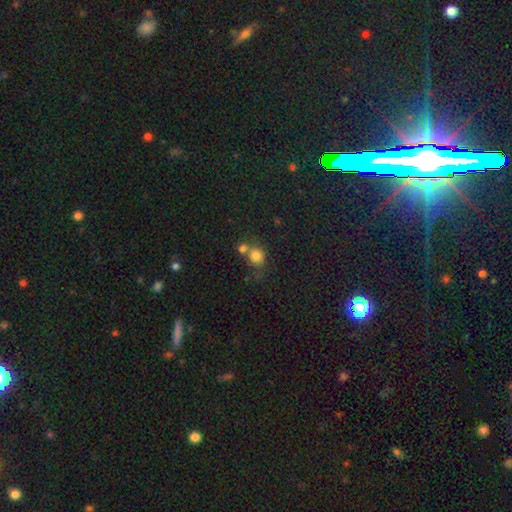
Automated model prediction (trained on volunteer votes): The model was most divided on "merging": none: 48%, merger: 38%, minor disturbance: 10%, major disturbance: 5%. More confident: how rounded — round (83%); smooth or featured — smooth (78%).